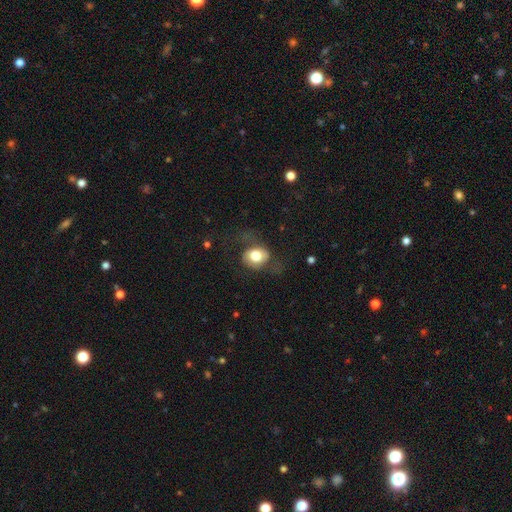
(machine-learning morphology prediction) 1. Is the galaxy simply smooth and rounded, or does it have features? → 68% smooth, 23% featured or disk, 8% star or artifact.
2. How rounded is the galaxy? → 53% round, 46% in between, 1% cigar-shaped.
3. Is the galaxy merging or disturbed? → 53% none, 24% major disturbance, 21% minor disturbance, 2% merger.